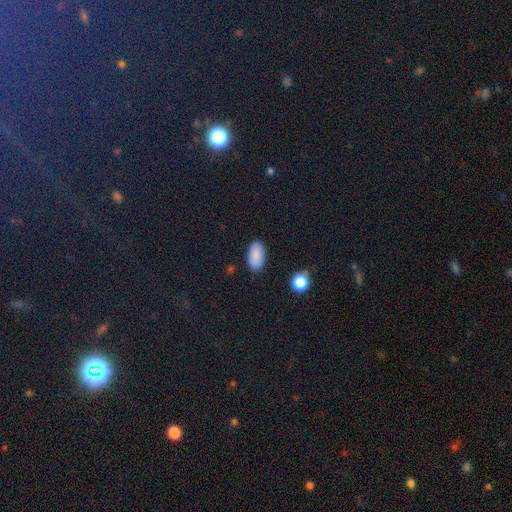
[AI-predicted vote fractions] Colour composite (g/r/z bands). It shows a smooth galaxy with no disk features (87%) that is in between round and cigar-shaped (94%). Merging: none (85%).